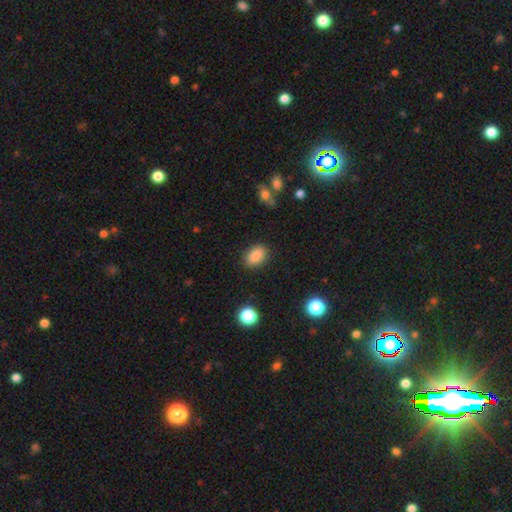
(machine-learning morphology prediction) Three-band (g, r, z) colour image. It shows a smooth galaxy with no disk features (86%) that is in between round and cigar-shaped (83%). Merging: none (85%).